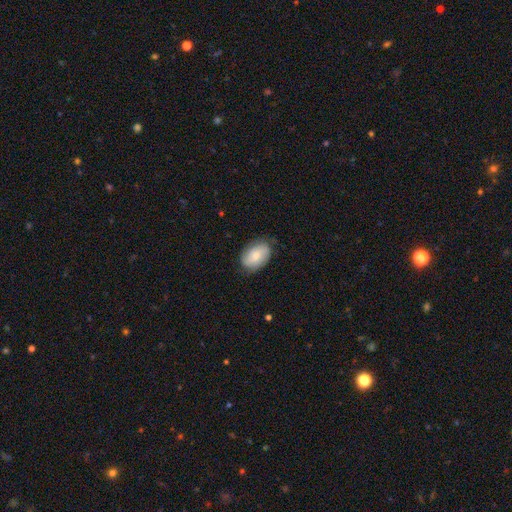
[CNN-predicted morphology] type=smooth (69%); roundness=in between (88%); merging=none (76%).